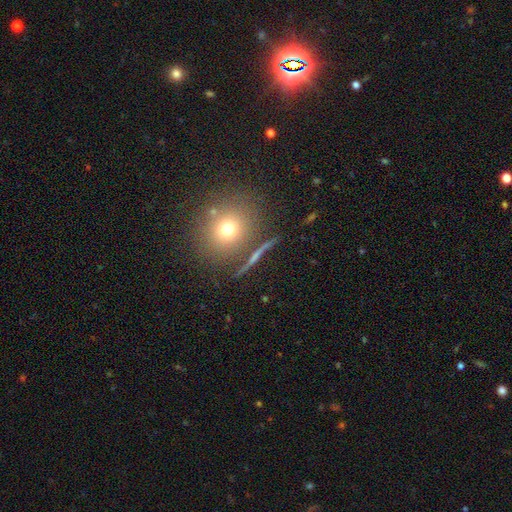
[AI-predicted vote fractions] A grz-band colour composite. It shows a smooth galaxy with no disk features (46%). Merging: none (82%).